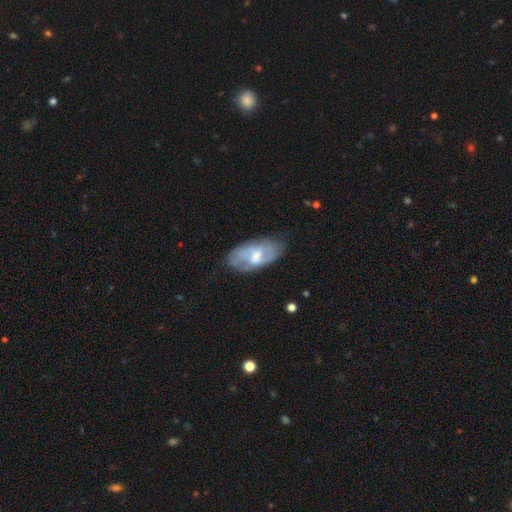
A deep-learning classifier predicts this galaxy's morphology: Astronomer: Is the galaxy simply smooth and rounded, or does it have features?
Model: featured or disk — 57% (runner-up: smooth, 37%).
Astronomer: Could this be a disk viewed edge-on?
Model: no — 92%.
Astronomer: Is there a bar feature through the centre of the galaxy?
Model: weak — 55%.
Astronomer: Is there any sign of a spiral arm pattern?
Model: yes — 65%.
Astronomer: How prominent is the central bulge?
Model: moderate — 51% (runner-up: small, 31%).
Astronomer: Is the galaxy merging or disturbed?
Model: none — 68%.